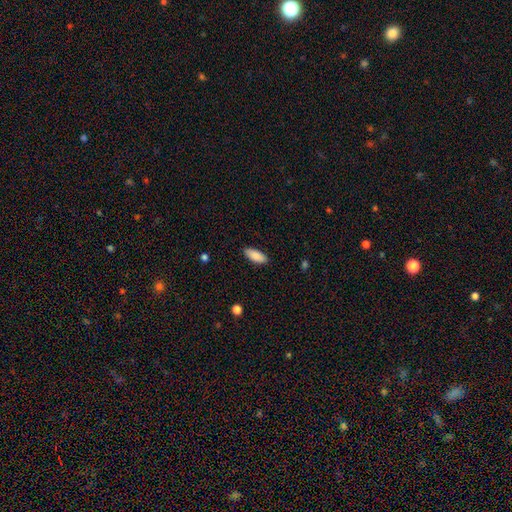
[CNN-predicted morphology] A smooth galaxy with no disk features (89%) that is in between round and cigar-shaped (79%). Merging: none (89%).